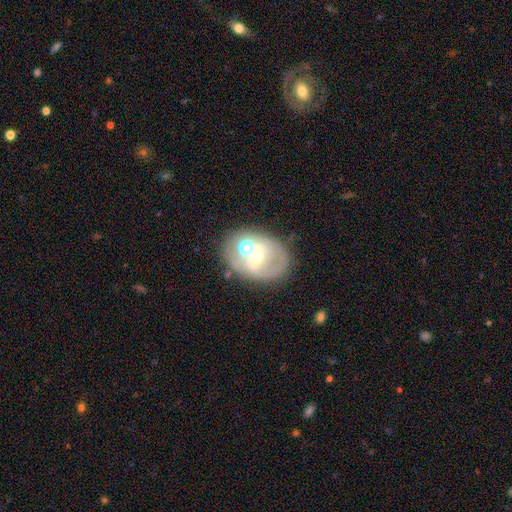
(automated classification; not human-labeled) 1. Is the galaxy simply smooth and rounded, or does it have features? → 58% featured or disk, 31% smooth, 11% star or artifact.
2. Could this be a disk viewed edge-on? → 95% no, 5% yes.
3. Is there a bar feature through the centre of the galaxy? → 50% no, 32% weak, 18% strong.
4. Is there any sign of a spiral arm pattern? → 71% no, 29% yes.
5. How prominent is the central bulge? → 62% moderate, 26% small, 7% large, 3% none, 2% dominant.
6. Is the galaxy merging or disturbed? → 51% none, 24% merger, 15% minor disturbance, 9% major disturbance.